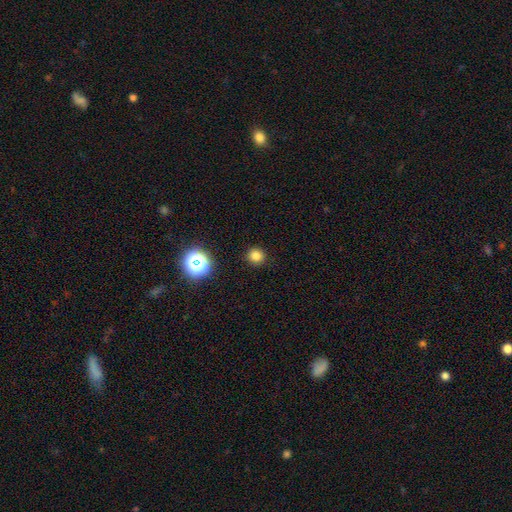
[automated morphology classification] smooth-or-featured: smooth: 80% | star or artifact: 16% | featured or disk: 4%
  how-rounded: round: 91% | in between: 8% | cigar-shaped: 1%
  merging: none: 91% | minor disturbance: 6% | major disturbance: 2% | merger: 1%